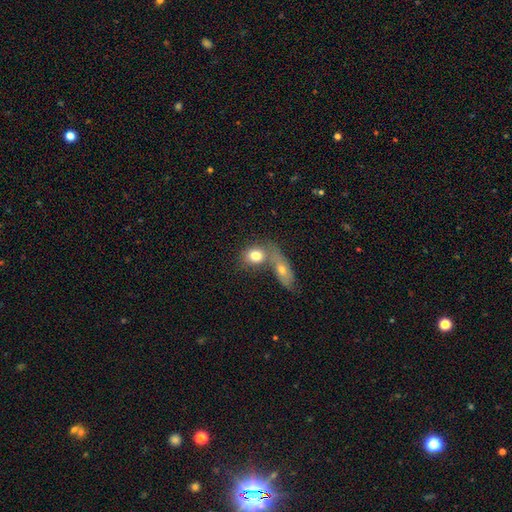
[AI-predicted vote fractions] smooth-or-featured: smooth: 76% | featured or disk: 16% | star or artifact: 8%
  how-rounded: in between: 49% | round: 47% | cigar-shaped: 3%
  merging: merger: 50% | none: 36% | minor disturbance: 9% | major disturbance: 5%